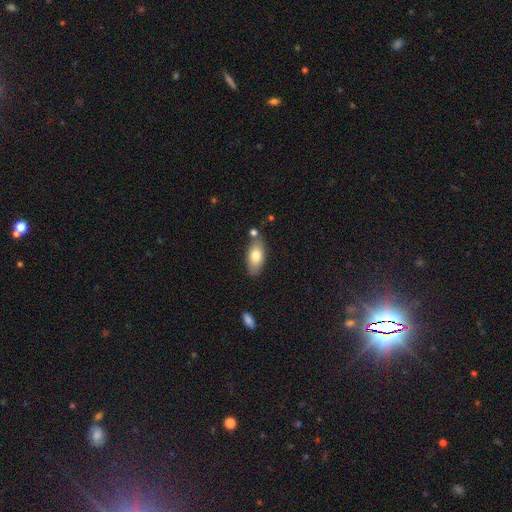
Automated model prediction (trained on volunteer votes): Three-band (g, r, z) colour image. It shows a smooth galaxy with no disk features (76%) that is in between round and cigar-shaped (90%). Merging: none (76%).